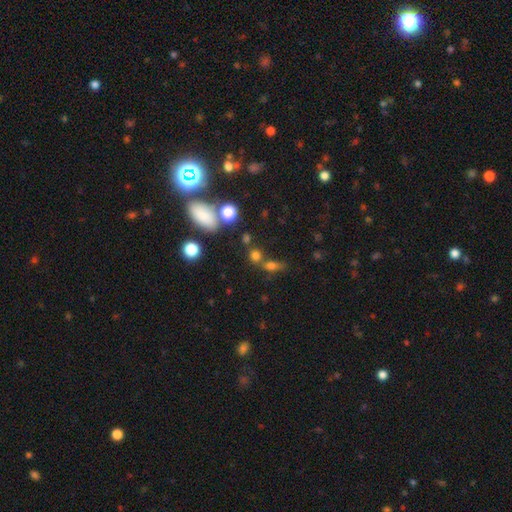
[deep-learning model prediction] Q: Smooth or featured?
A: smooth (71%); runner-up: star or artifact (20%)
Q: How rounded?
A: round (72%); runner-up: in between (25%)
Q: Merging?
A: none (57%); runner-up: merger (27%)